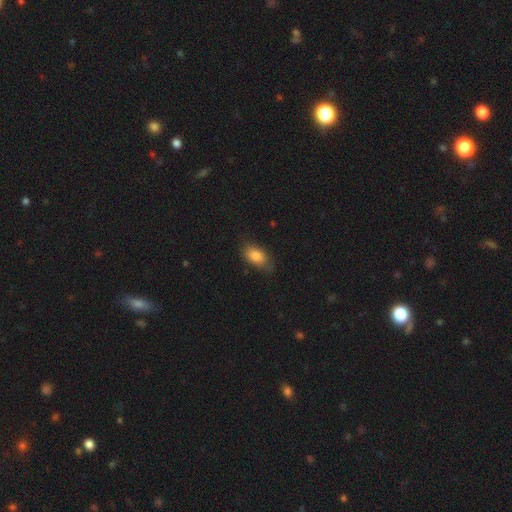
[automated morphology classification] smooth-or-featured: smooth: 84% | featured or disk: 8% | star or artifact: 8%
  how-rounded: in between: 89% | round: 7% | cigar-shaped: 4%
  merging: none: 71% | minor disturbance: 22% | major disturbance: 5% | merger: 1%